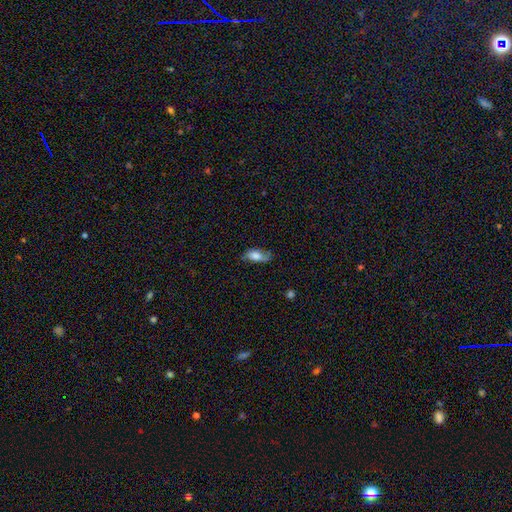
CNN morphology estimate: Q: Smooth or featured?
A: smooth (74%); runner-up: featured or disk (18%)
Q: How rounded?
A: in between (85%); runner-up: cigar-shaped (11%)
Q: Merging?
A: none (53%); runner-up: minor disturbance (33%)